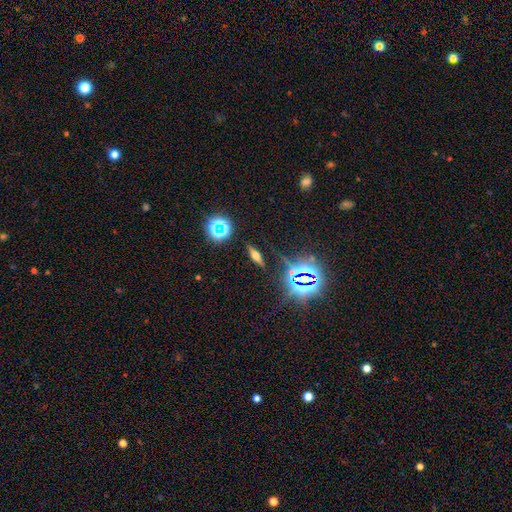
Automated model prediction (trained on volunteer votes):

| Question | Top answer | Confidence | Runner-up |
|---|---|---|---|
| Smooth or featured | smooth | 37% | featured or disk (36%) |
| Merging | none | 86% | minor disturbance (9%) |